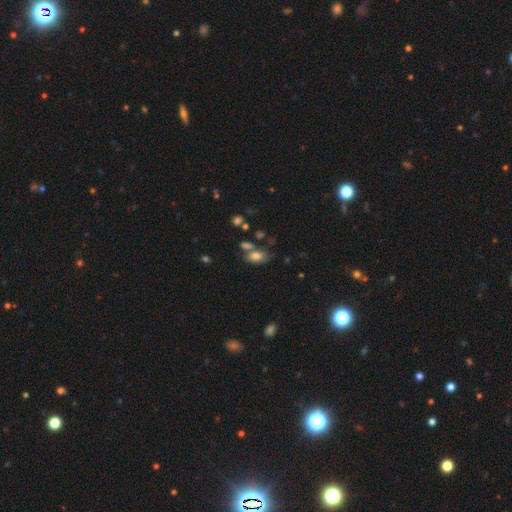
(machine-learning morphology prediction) This is likely a smooth galaxy (76%). How rounded: clearly in between (89%). Merging: possibly none (54%).